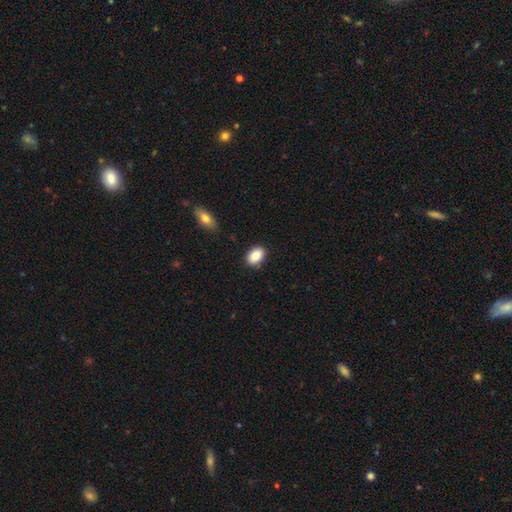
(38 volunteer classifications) smooth_or_featured: smooth (p=0.82) [alt: featured or disk p=0.11]
how_rounded: in between (p=0.71) [alt: round p=0.29]
merging: none (p=0.86) [alt: minor disturbance p=0.11]